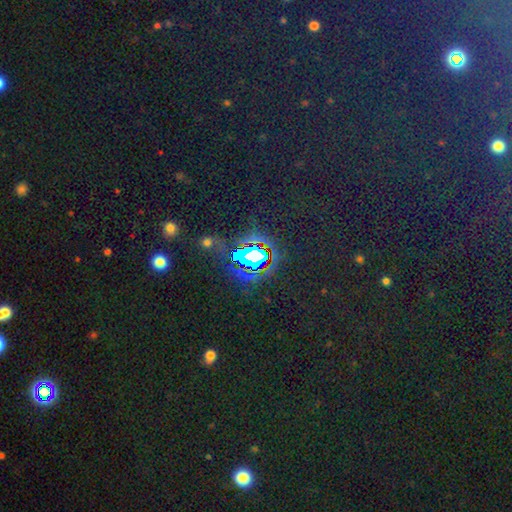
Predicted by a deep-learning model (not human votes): star or artifact 73%, smooth 15%, featured or disk 12%.